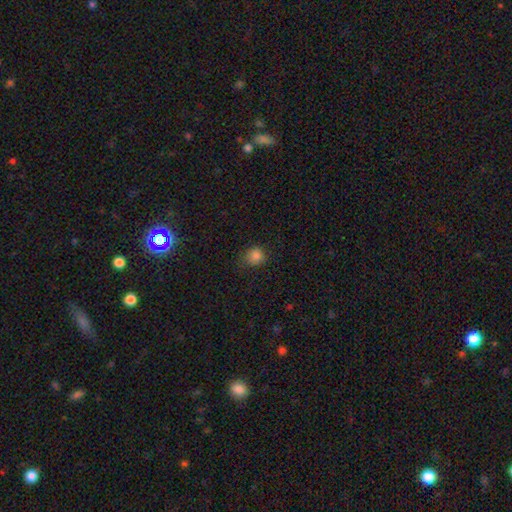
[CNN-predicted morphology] Smooth or featured? Predicted: smooth (p=0.82). How rounded? Predicted: round (p=0.80). Merging? Predicted: none (p=0.73).